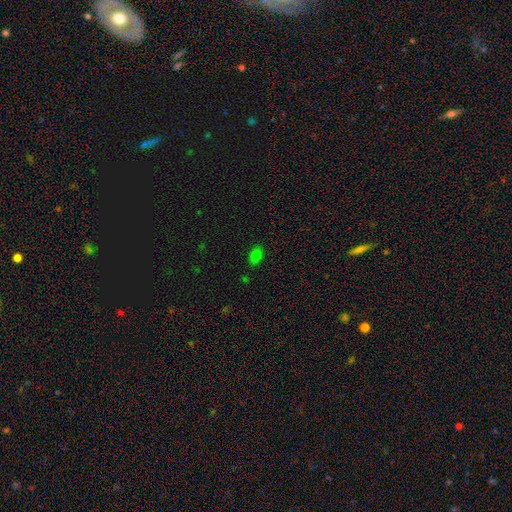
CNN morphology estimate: Smooth or featured? smooth (75%)
How rounded? in between (81%)
Merging? none (83%)